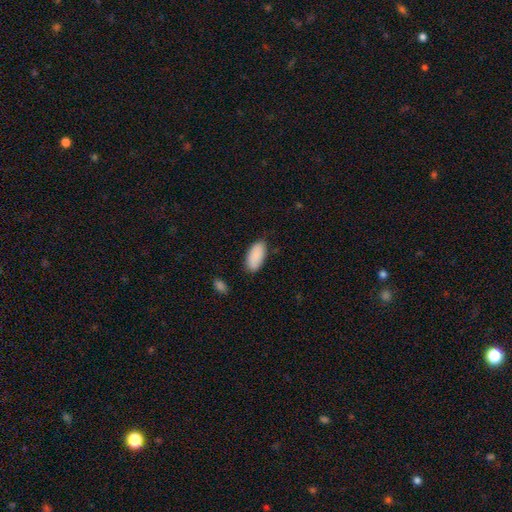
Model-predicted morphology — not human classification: This is clearly a smooth galaxy (90%). How rounded: clearly in between (92%). Merging: clearly none (81%).